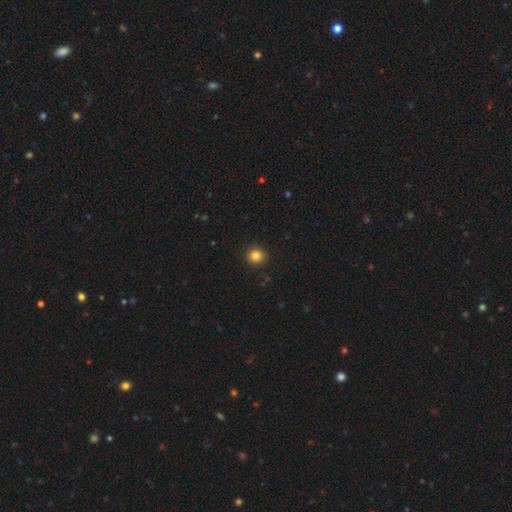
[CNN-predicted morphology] smooth-or-featured: smooth: 83% | star or artifact: 12% | featured or disk: 5%
  how-rounded: round: 92% | in between: 7% | cigar-shaped: 1%
  merging: none: 92% | minor disturbance: 5% | major disturbance: 2% | merger: 1%